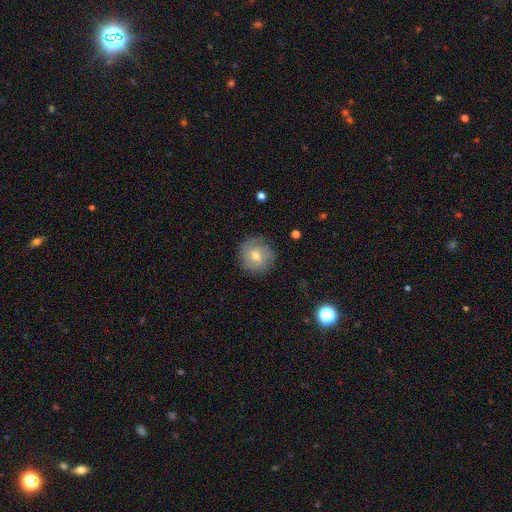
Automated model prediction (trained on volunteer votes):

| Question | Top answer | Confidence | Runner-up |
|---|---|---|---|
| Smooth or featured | smooth | 51% | featured or disk (40%) |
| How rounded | round | 88% | in between (11%) |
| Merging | none | 79% | minor disturbance (15%) |